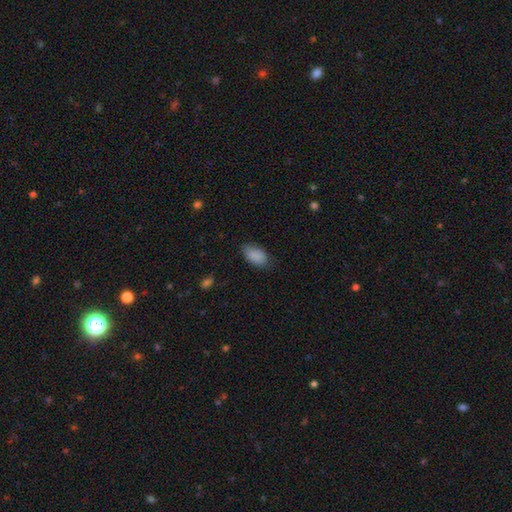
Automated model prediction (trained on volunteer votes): smooth-or-featured: smooth: 89% | star or artifact: 7% | featured or disk: 4%
  how-rounded: in between: 93% | round: 5% | cigar-shaped: 2%
  merging: none: 76% | minor disturbance: 19% | major disturbance: 4% | merger: 1%